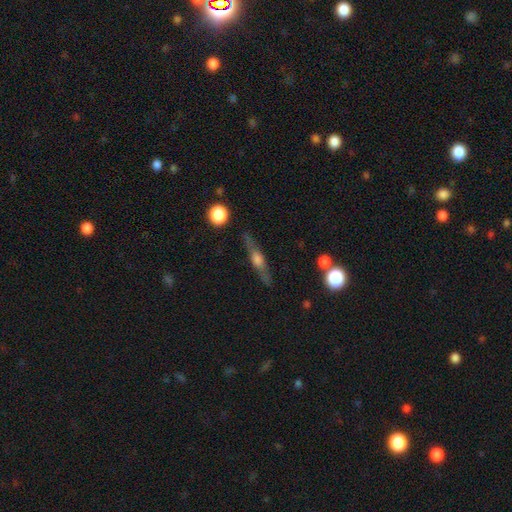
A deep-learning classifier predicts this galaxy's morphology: The model was most divided on "smooth or featured": featured or disk: 73%, smooth: 20%, star or artifact: 8%. More confident: edge-on disk — yes (95%); merging — none (87%); edge-on bulge — rounded (86%).